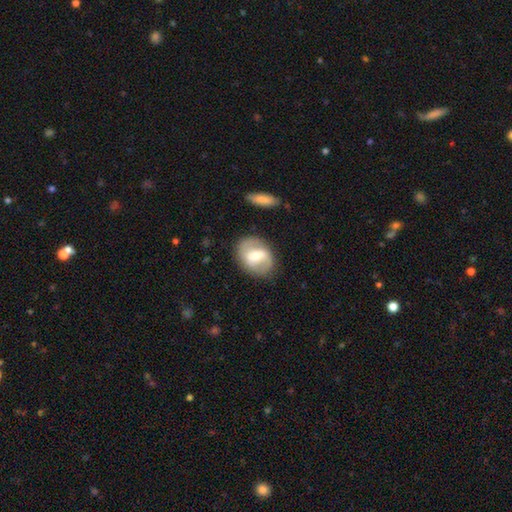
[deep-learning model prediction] smooth_or_featured: featured or disk (p=0.60) [alt: smooth p=0.34]
disk_edge_on: no (p=0.95) [alt: yes p=0.05]
bar: weak (p=0.42) [alt: strong p=0.40]
has_spiral_arms: yes (p=0.64) [alt: no p=0.36]
bulge_size: moderate (p=0.61) [alt: small p=0.28]
merging: none (p=0.79) [alt: minor disturbance p=0.14]